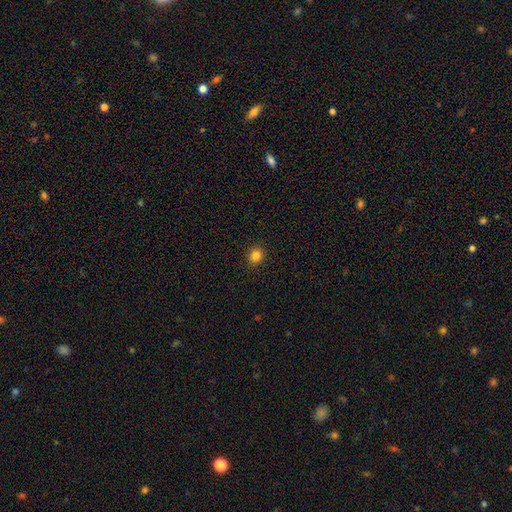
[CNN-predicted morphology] This is clearly a smooth galaxy (82%). How rounded: clearly round (87%). Merging: clearly none (92%).